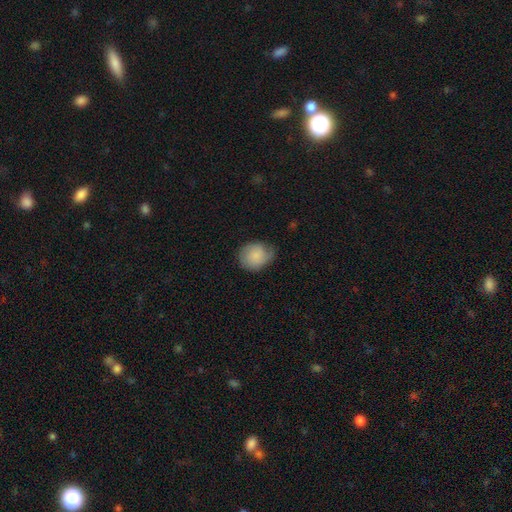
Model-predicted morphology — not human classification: A smooth galaxy with no disk features (80%) that is round (59%). Merging: none (56%).